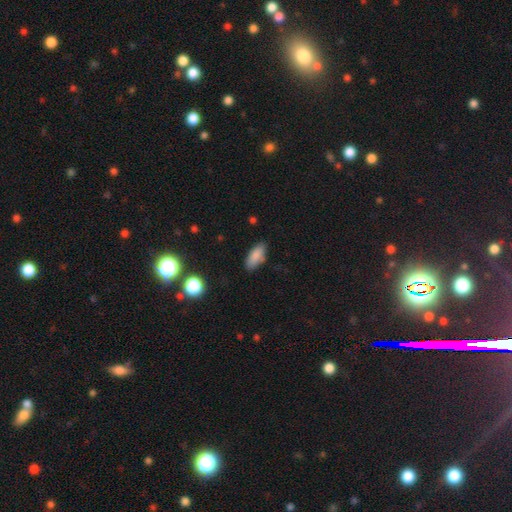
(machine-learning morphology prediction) Overall: smooth (86%). How rounded: in between (83%). Merging: none (82%).